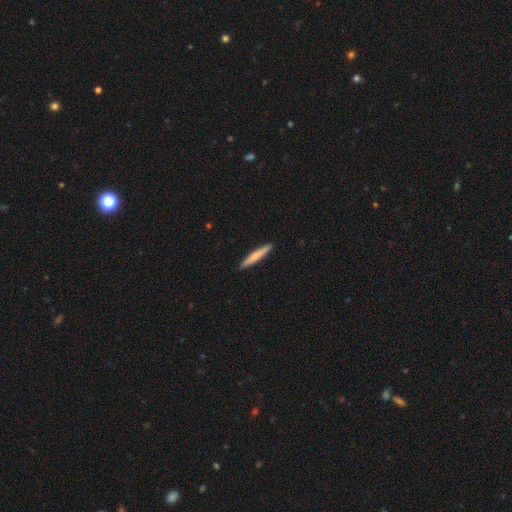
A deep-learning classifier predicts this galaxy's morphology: Smooth or featured? Predicted: smooth (p=0.71). How rounded? Predicted: cigar-shaped (p=0.95). Merging? Predicted: none (p=0.91).